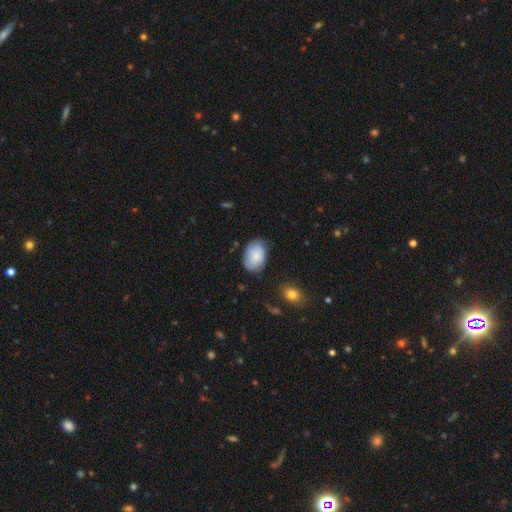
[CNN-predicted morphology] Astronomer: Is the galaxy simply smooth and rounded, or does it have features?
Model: smooth — 77%.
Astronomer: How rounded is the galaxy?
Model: in between — 82%.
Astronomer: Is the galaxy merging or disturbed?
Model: none — 68%.